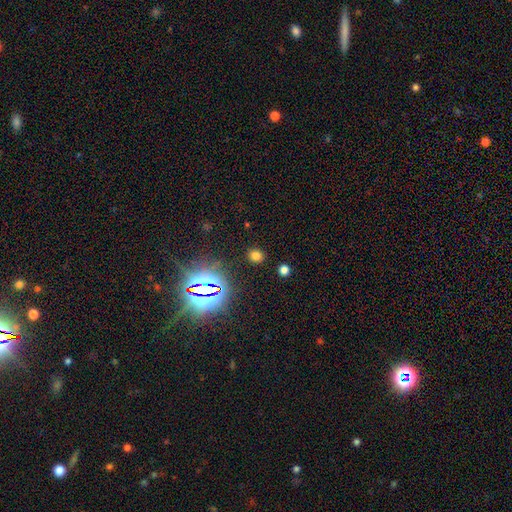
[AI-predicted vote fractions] smooth-or-featured: smooth: 69% | star or artifact: 26% | featured or disk: 6%
  how-rounded: round: 78% | in between: 21% | cigar-shaped: 1%
  merging: none: 88% | minor disturbance: 7% | major disturbance: 3% | merger: 2%